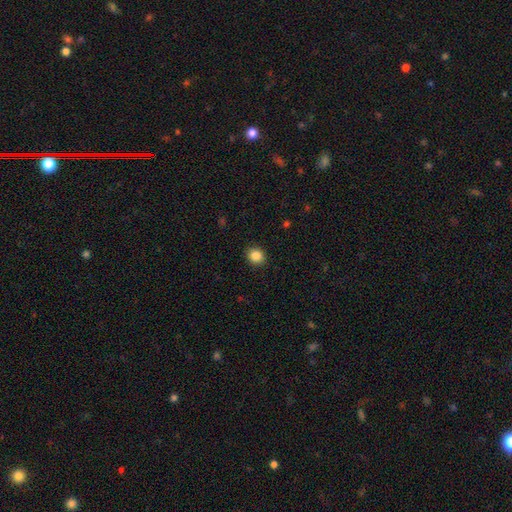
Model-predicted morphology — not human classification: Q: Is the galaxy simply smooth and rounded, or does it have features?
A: smooth — 86%.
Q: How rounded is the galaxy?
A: round — 73%.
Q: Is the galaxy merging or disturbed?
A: none — 90%.